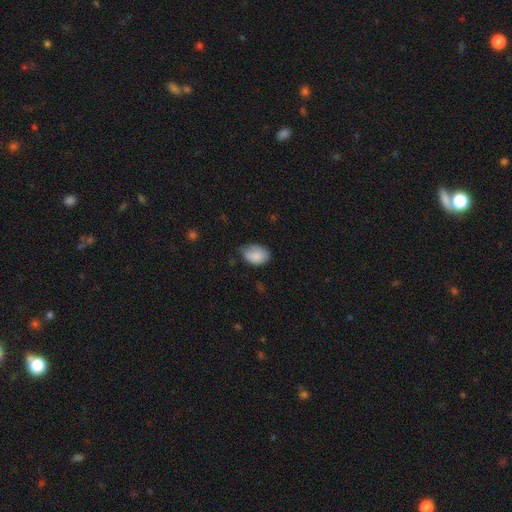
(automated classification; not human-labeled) A smooth galaxy with no disk features (86%) that is in between round and cigar-shaped (83%). Merging: none (51%).